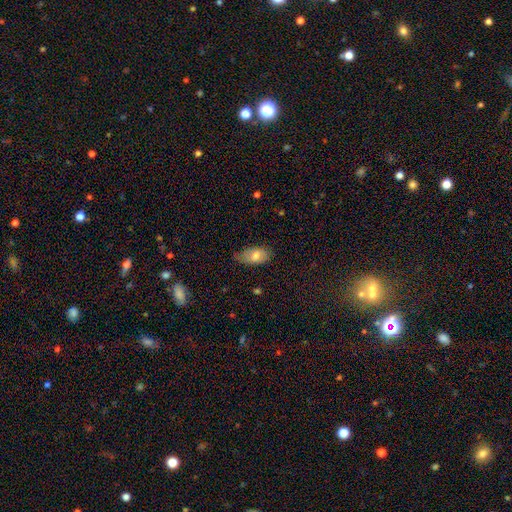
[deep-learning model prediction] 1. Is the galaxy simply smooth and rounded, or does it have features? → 75% smooth, 17% featured or disk, 7% star or artifact.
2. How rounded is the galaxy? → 92% in between, 4% round, 3% cigar-shaped.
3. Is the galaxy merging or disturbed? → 63% none, 29% minor disturbance, 6% major disturbance, 1% merger.